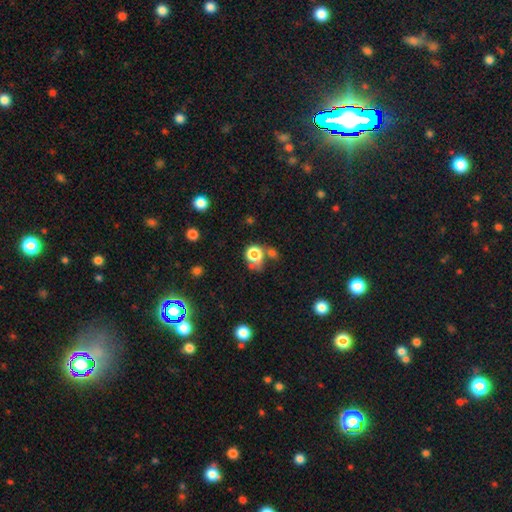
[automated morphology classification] Smooth or featured? Predicted: star or artifact (p=0.48).